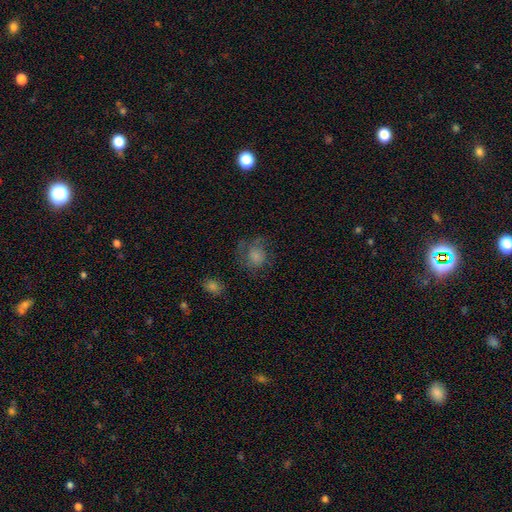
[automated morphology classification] smooth_or_featured: smooth (p=0.69) [alt: featured or disk p=0.20]
how_rounded: round (p=0.75) [alt: in between p=0.24]
merging: none (p=0.51) [alt: minor disturbance p=0.23]